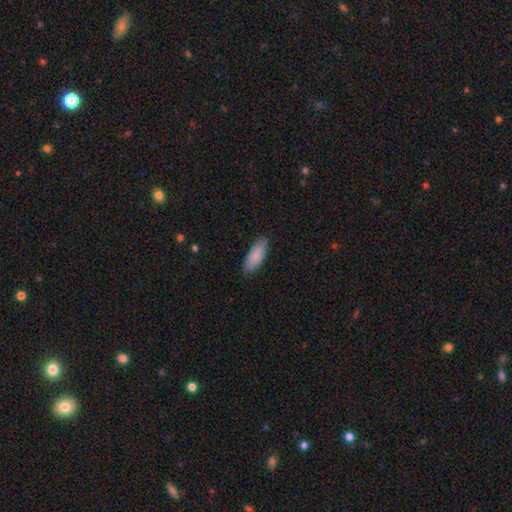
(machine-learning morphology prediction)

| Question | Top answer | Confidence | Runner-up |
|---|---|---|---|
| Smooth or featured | smooth | 87% | featured or disk (8%) |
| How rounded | in between | 71% | cigar-shaped (28%) |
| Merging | none | 85% | minor disturbance (12%) |